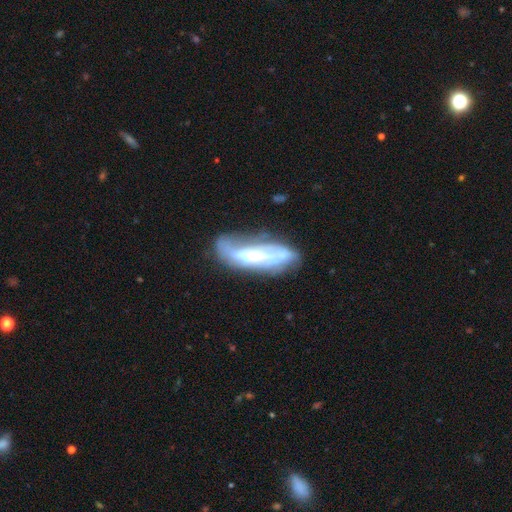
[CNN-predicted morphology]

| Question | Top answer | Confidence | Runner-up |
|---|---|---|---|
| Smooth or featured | featured or disk | 69% | smooth (23%) |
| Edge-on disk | no | 77% | yes (23%) |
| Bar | strong | 35% | tied: no (35%) |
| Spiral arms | yes | 58% | no (42%) |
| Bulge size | moderate | 43% | small (40%) |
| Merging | none | 47% | minor disturbance (24%) |